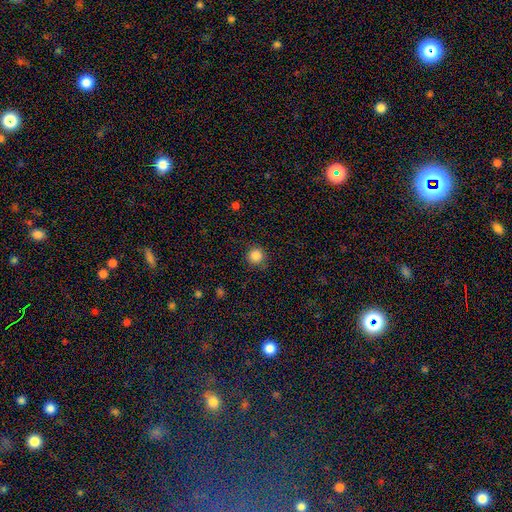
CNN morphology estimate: smooth_or_featured: smooth (p=0.85) [alt: star or artifact p=0.11]
how_rounded: round (p=0.94) [alt: in between p=0.05]
merging: none (p=0.87) [alt: minor disturbance p=0.09]